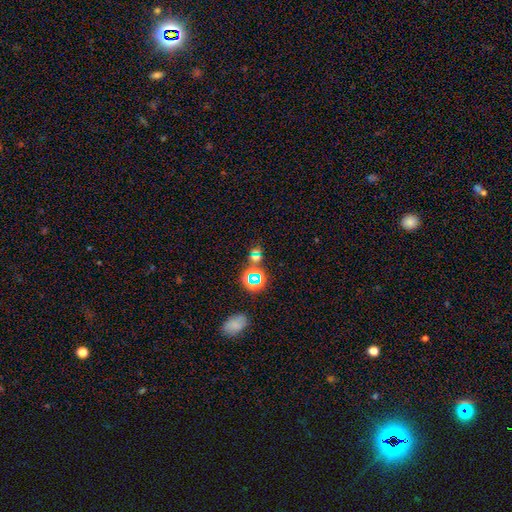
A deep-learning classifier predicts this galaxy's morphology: A star or artifact, not a galaxy (56%).